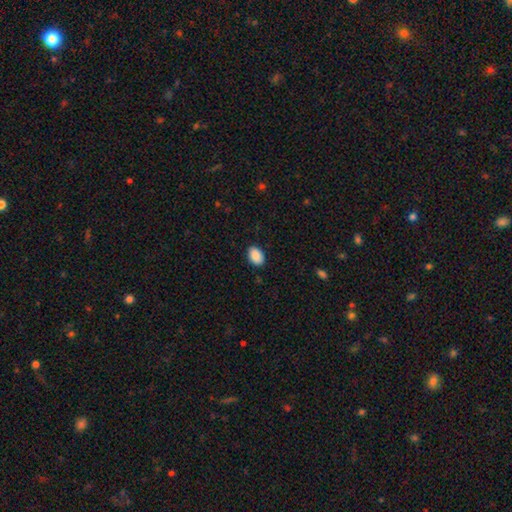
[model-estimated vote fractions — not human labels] smooth 90%, star or artifact 7%, featured or disk 3%. Down the decision tree: how rounded — in between (86%); merging — none (88%).